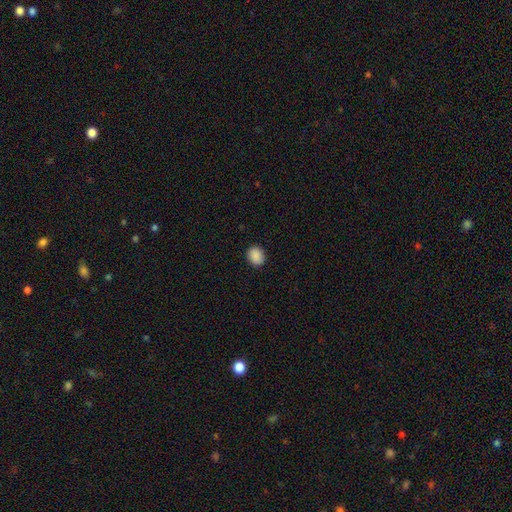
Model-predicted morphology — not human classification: smooth 89%, star or artifact 8%, featured or disk 3%. Down the decision tree: how rounded — round (56%); merging — none (89%).